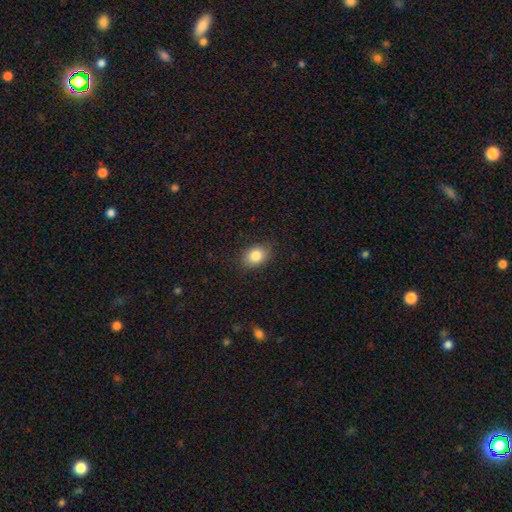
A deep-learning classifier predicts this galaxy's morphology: Smooth or featured?
  - smooth: 84% *
  - star or artifact: 9%
  - featured or disk: 7%
How rounded?
  - in between: 70% *
  - round: 29%
  - cigar-shaped: 1%
Merging?
  - none: 86% *
  - minor disturbance: 10%
  - major disturbance: 3%
  - merger: 1%